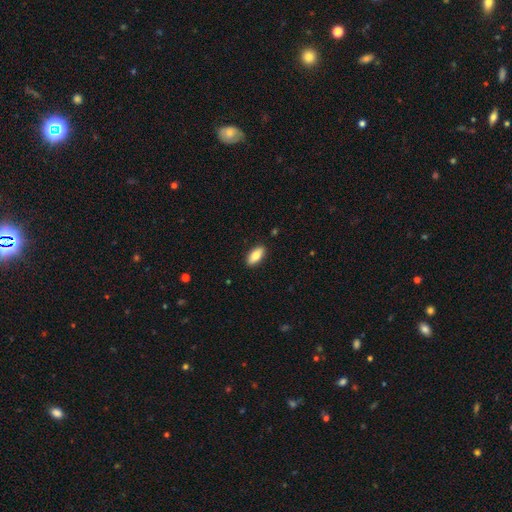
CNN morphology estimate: Smooth or featured? Predicted: smooth (p=0.80). How rounded? Predicted: in between (p=0.87). Merging? Predicted: none (p=0.89).